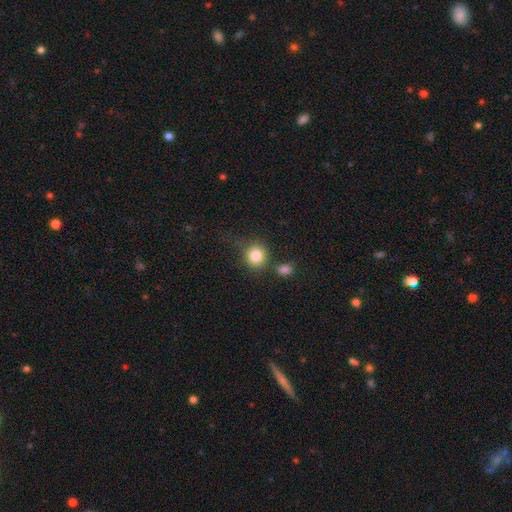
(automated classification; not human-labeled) This appears to be a smooth galaxy with no disk features (83%) that is round (88%). Merging: none (69%).